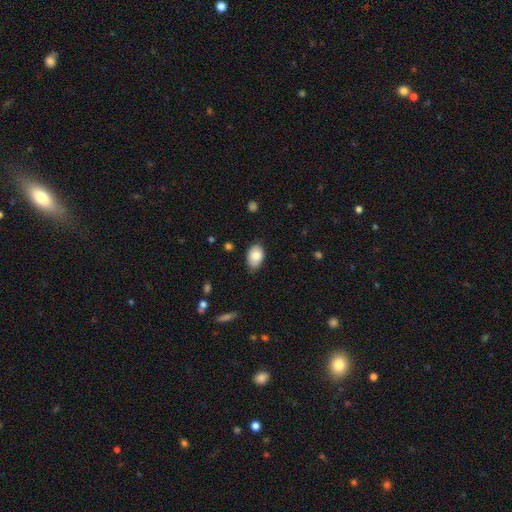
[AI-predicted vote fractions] Smooth or featured: smooth — 82% (featured or disk — 11%)
How rounded: in between — 88% (round — 11%)
Merging: none — 73% (minor disturbance — 22%)